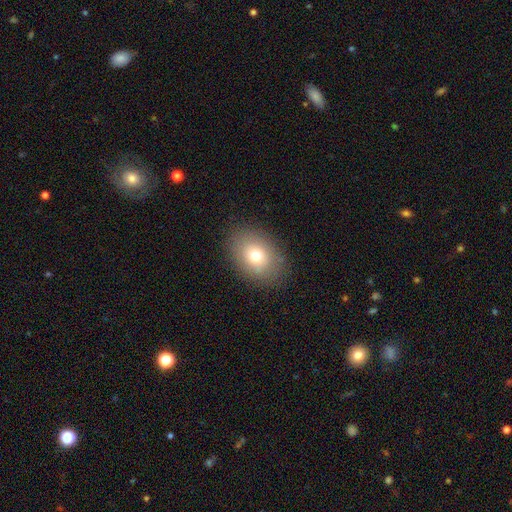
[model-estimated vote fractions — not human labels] Smooth or featured? Predicted: smooth (p=0.73). How rounded? Predicted: in between (p=0.70). Merging? Predicted: none (p=0.85).